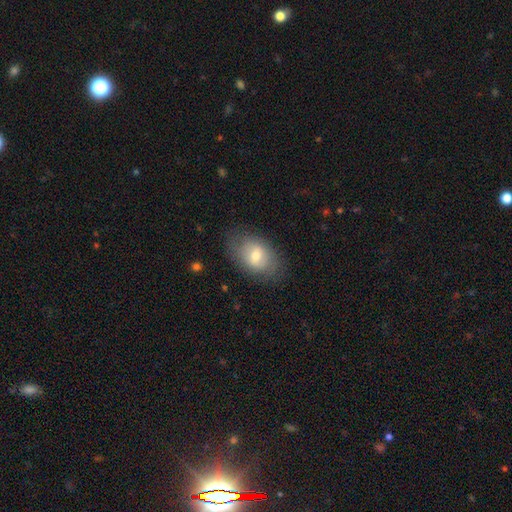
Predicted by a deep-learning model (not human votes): This appears to be a smooth galaxy with no disk features (61%) that is in between round and cigar-shaped (83%). Merging: none (75%).